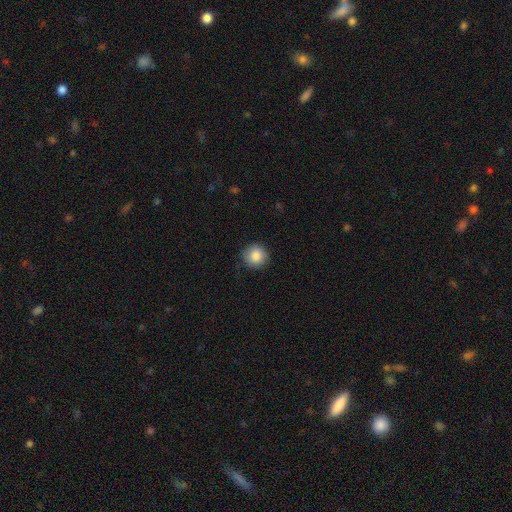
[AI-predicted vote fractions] The model was most divided on "merging": none: 87%, minor disturbance: 10%, major disturbance: 2%, merger: 1%. More confident: how rounded — round (93%); smooth or featured — smooth (87%).